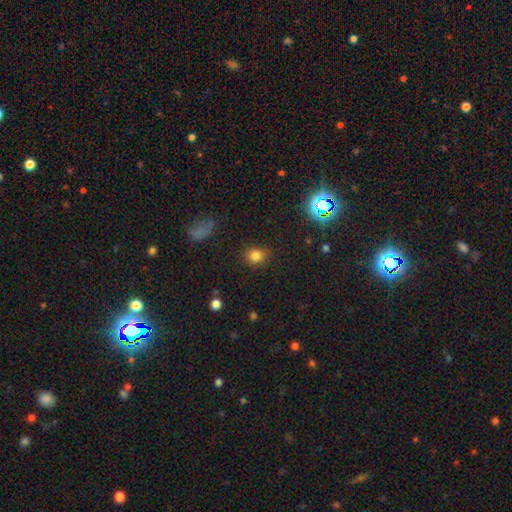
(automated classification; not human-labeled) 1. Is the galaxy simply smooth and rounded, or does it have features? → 80% smooth, 15% star or artifact, 5% featured or disk.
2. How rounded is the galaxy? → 70% round, 29% in between, 1% cigar-shaped.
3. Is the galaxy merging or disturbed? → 83% none, 11% minor disturbance, 4% major disturbance, 2% merger.